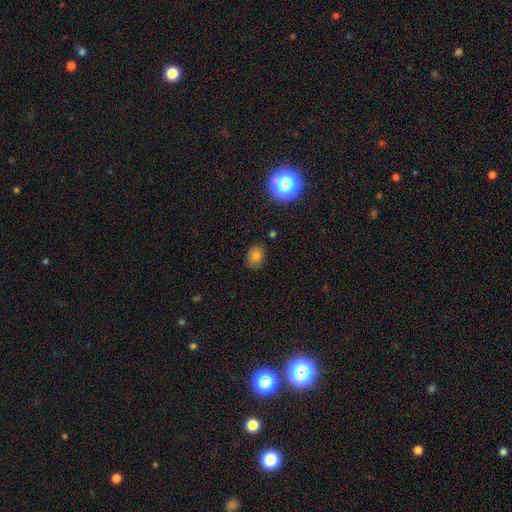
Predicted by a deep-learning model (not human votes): Smooth or featured: smooth — 78% (star or artifact — 14%)
How rounded: in between — 67% (round — 32%)
Merging: none — 83% (minor disturbance — 12%)